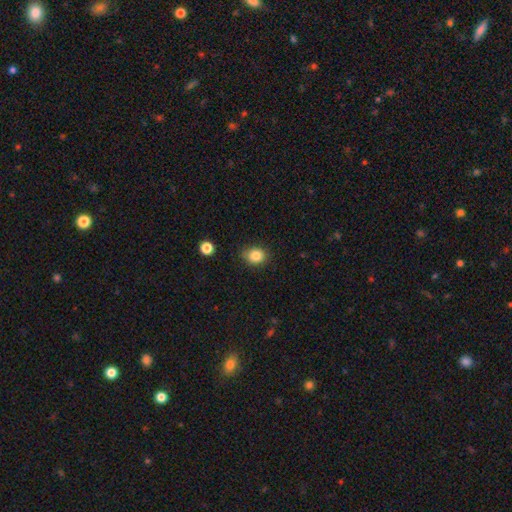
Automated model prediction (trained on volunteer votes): A smooth galaxy with no disk features (84%) that is round (57%). Merging: none (82%).